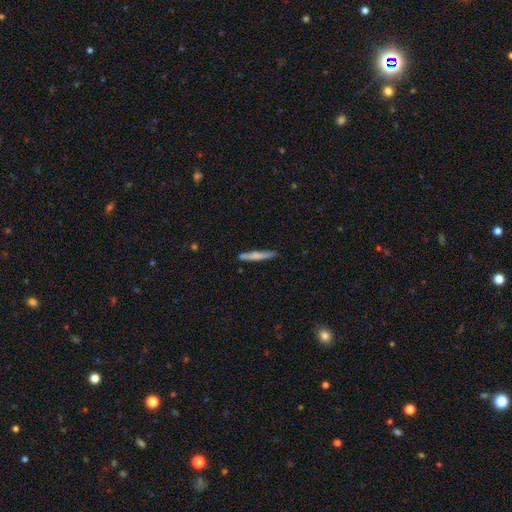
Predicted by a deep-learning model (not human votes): smooth_or_featured: smooth (p=0.67) [alt: featured or disk p=0.27]
how_rounded: cigar-shaped (p=0.95) [alt: in between p=0.04]
merging: none (p=0.82) [alt: minor disturbance p=0.12]